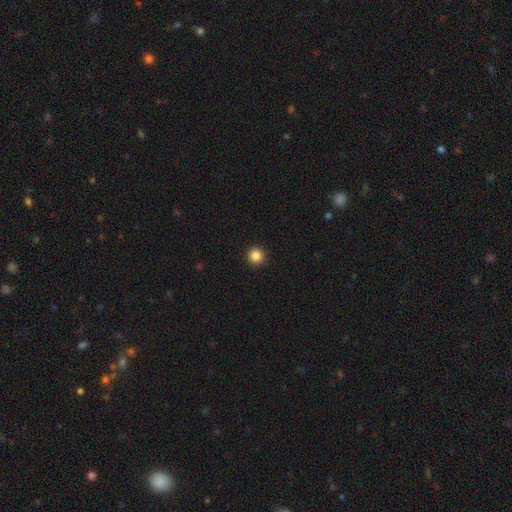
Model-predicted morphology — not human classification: type=smooth (86%); roundness=round (96%); merging=none (93%).